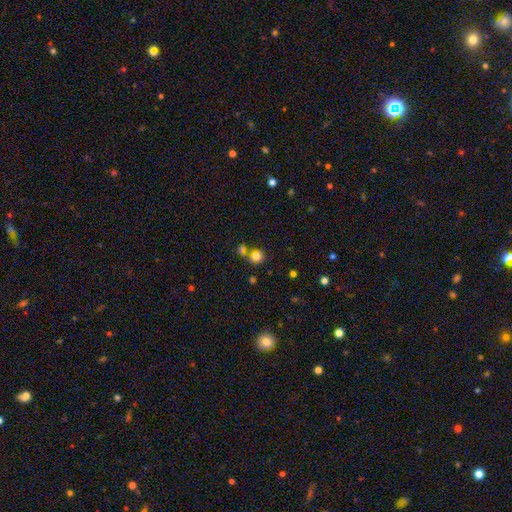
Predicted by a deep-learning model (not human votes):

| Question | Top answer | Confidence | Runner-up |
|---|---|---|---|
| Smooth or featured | smooth | 80% | star or artifact (12%) |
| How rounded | round | 82% | in between (17%) |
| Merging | none | 59% | merger (27%) |